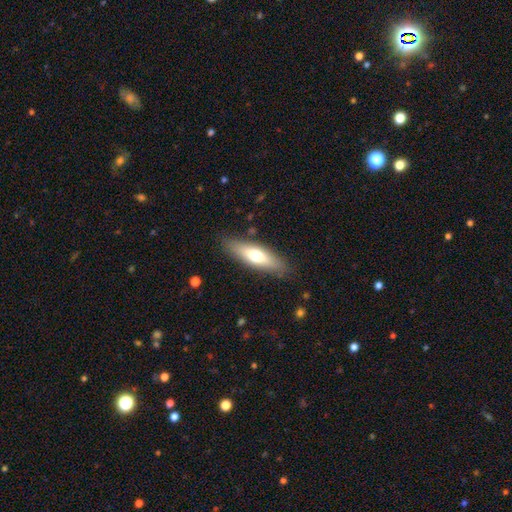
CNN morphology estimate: Q: Smooth or featured?
A: smooth (60%); runner-up: featured or disk (34%)
Q: How rounded?
A: cigar-shaped (57%); runner-up: in between (41%)
Q: Merging?
A: none (86%); runner-up: minor disturbance (10%)